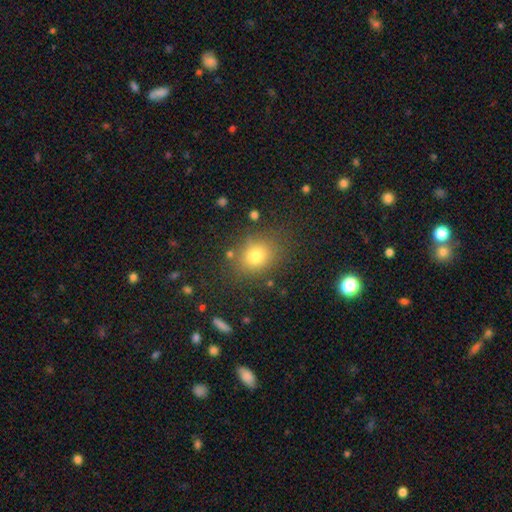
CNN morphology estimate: type=smooth (75%); roundness=round (59%); merging=none (81%).